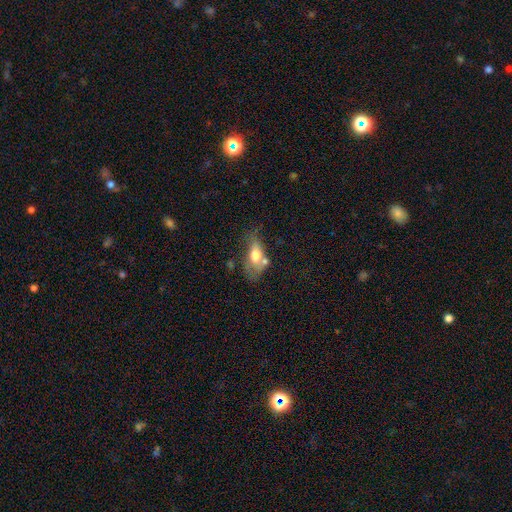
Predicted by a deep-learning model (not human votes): This appears to be a smooth galaxy with no disk features (63%) that is in between round and cigar-shaped (82%). Merging: none (34%).